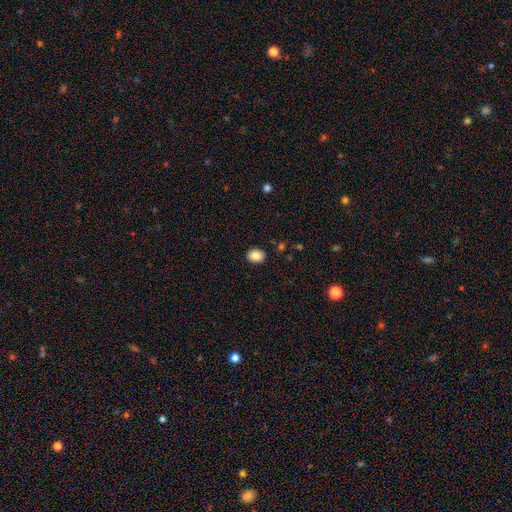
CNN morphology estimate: The model was most divided on "how rounded": in between: 60%, round: 39%, cigar-shaped: 1%. More confident: merging — none (89%); smooth or featured — smooth (86%).